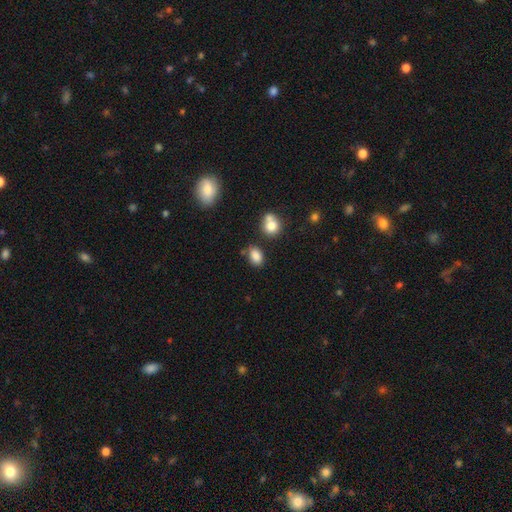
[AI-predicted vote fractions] A smooth galaxy with no disk features (85%) that is in between round and cigar-shaped (79%). Merging: none (73%).